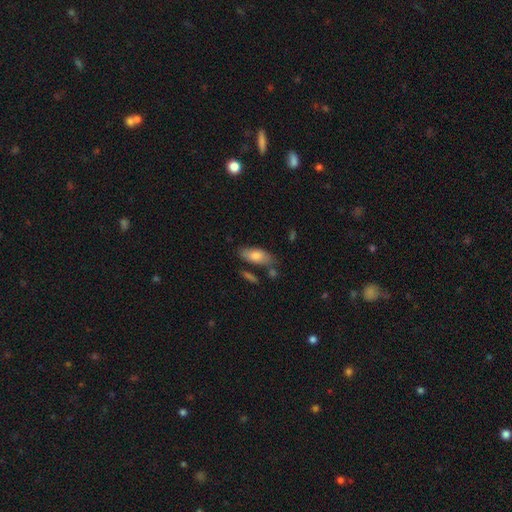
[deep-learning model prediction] smooth 77%, featured or disk 16%, star or artifact 6%. Down the decision tree: how rounded — in between (84%); merging — none (68%).